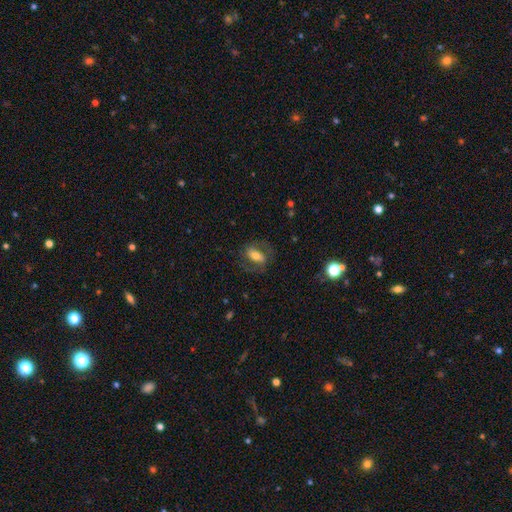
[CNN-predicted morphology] Smooth or featured? featured or disk (50%)
Edge-on disk? no (91%)
Merging? none (69%)